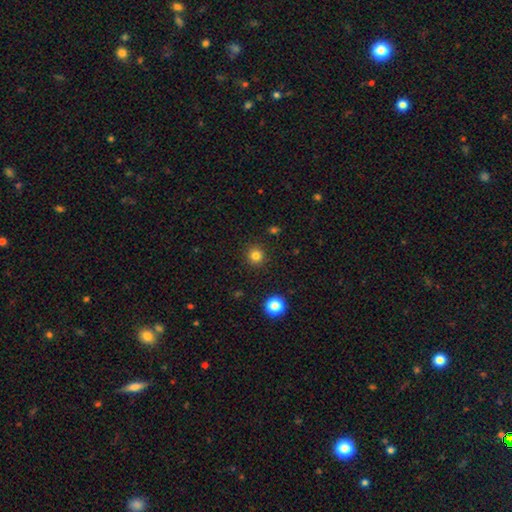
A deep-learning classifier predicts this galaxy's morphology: Smooth or featured: smooth — 81% (star or artifact — 14%)
How rounded: round — 94% (in between — 5%)
Merging: none — 91% (minor disturbance — 5%)